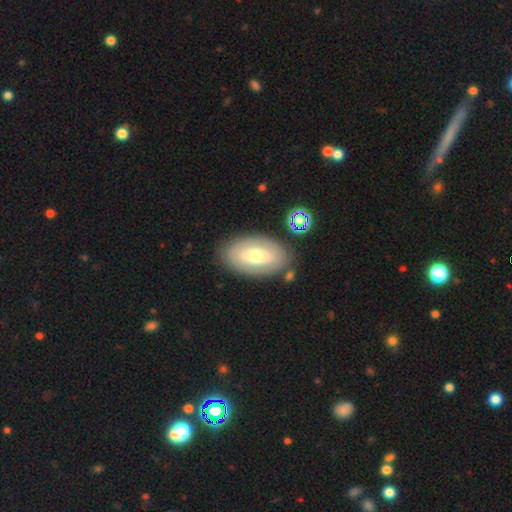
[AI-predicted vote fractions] Overall: smooth (51%; featured or disk 42%). How rounded: in between (92%). Merging: none (81%).